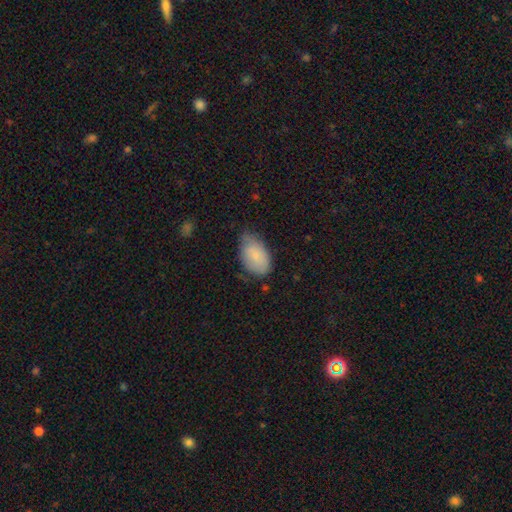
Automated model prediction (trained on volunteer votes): This appears to be a smooth galaxy with no disk features (82%) that is in between round and cigar-shaped (92%). Merging: none (49%).